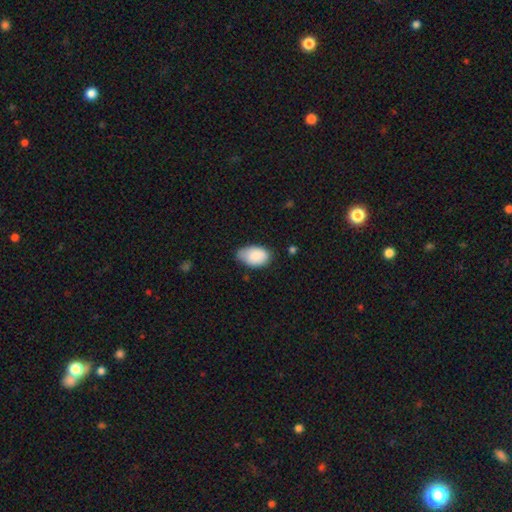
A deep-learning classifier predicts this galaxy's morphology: A smooth galaxy with no disk features (86%) that is in between round and cigar-shaped (92%).

Vote fractions:
- Smooth or featured? smooth: 86% / featured or disk: 7% / star or artifact: 7%
- How rounded? in between: 92% / round: 7% / cigar-shaped: 1%
- Merging? none: 54% / minor disturbance: 37% / major disturbance: 6% / merger: 2%